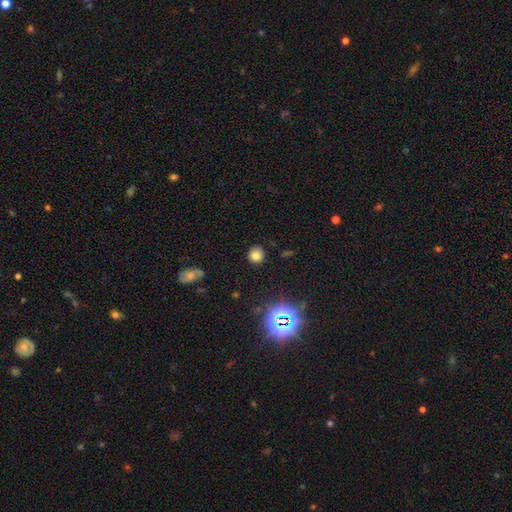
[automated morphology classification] This appears to be a smooth galaxy with no disk features (75%) that is round (86%). Merging: none (88%).